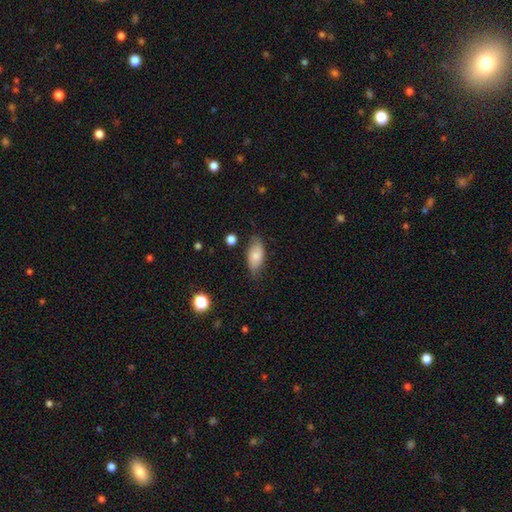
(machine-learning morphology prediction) type=smooth (75%); roundness=in between (89%); merging=none (74%).